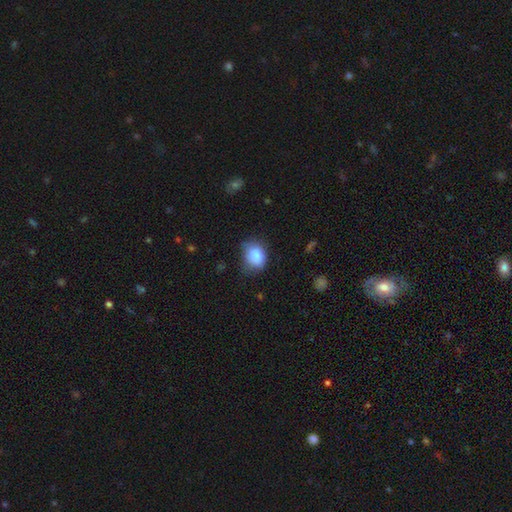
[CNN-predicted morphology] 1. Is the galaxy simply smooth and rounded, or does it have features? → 84% smooth, 8% star or artifact, 7% featured or disk.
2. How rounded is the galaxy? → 57% in between, 42% round, 1% cigar-shaped.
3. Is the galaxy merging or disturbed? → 56% none, 33% minor disturbance, 9% major disturbance, 2% merger.